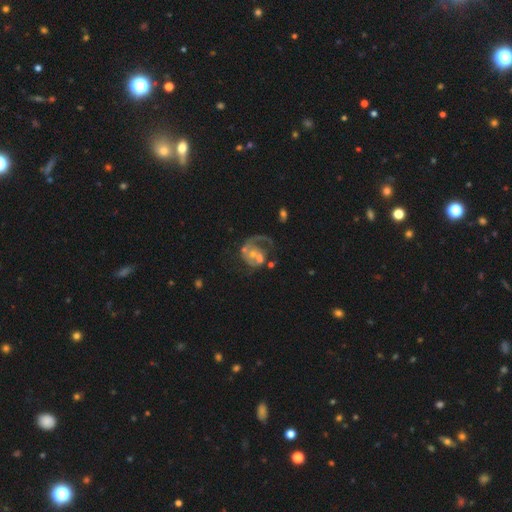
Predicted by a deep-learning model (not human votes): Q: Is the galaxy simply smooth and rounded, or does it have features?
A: featured or disk — 76%.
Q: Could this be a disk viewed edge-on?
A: no — 98%.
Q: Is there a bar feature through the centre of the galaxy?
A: no — 74%.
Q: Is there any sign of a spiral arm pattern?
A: yes — 74%.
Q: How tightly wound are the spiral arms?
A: loose — 39%.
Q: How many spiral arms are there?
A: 1 — 65%.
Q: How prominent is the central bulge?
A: moderate — 41%.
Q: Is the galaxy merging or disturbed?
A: major disturbance — 30%.